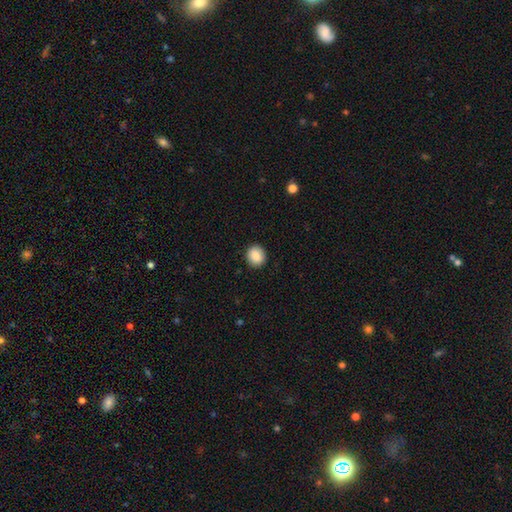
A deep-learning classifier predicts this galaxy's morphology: This appears to be a smooth galaxy with no disk features (87%) that is round (81%). Merging: none (91%).